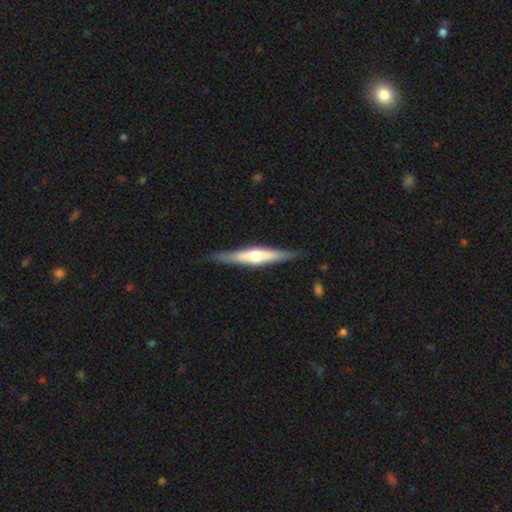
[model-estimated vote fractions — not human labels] The model was most divided on "smooth or featured": featured or disk: 64%, smooth: 31%, star or artifact: 5%. More confident: edge-on disk — yes (95%); merging — none (88%); edge-on bulge — rounded (88%).